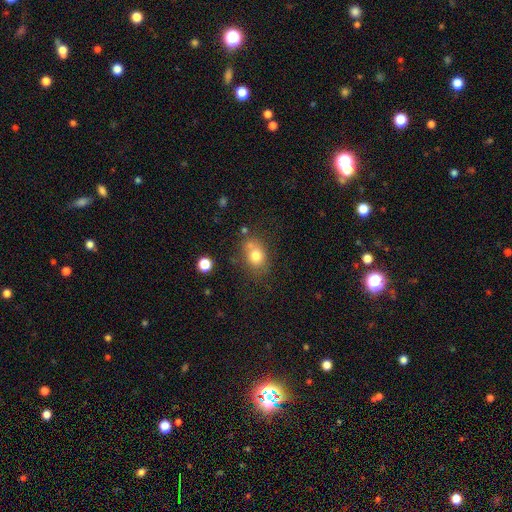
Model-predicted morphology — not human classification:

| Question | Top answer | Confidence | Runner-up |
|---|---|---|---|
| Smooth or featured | smooth | 76% | featured or disk (13%) |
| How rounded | in between | 55% | round (44%) |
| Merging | none | 58% | minor disturbance (20%) |